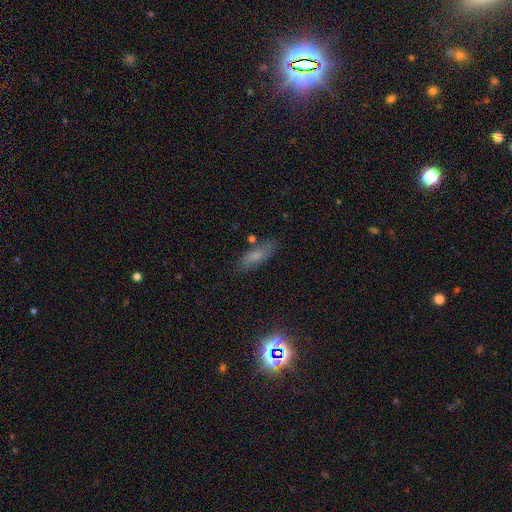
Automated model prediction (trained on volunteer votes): Smooth or featured: smooth — 71% (featured or disk — 15%)
How rounded: in between — 56% (cigar-shaped — 40%)
Merging: none — 77% (minor disturbance — 15%)